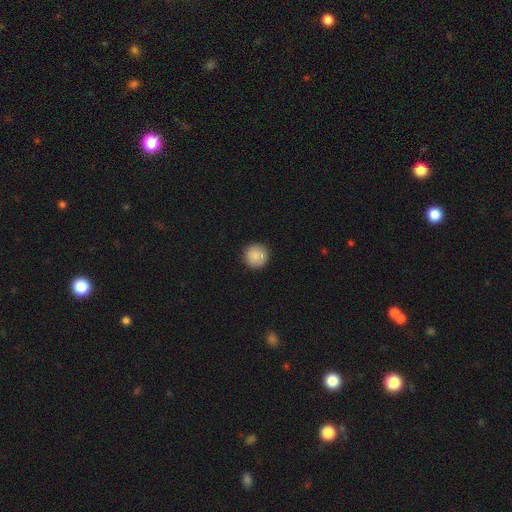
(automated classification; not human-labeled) A smooth galaxy with no disk features (83%) that is round (96%).

Vote fractions:
- Smooth or featured? smooth: 83% / featured or disk: 10% / star or artifact: 7%
- How rounded? round: 96% / in between: 3% / cigar-shaped: 1%
- Merging? none: 90% / minor disturbance: 7% / major disturbance: 2% / merger: 1%